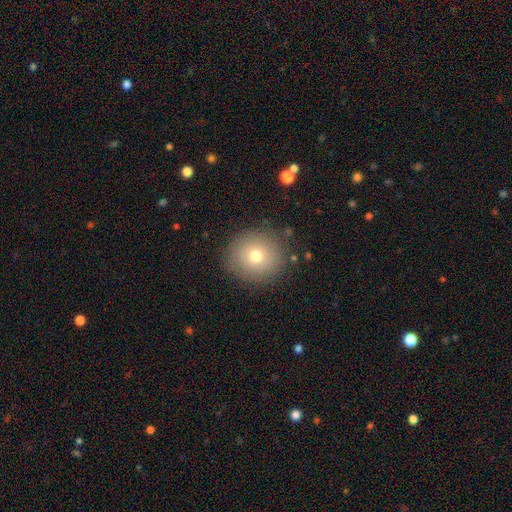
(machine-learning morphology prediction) Smooth or featured?
  - smooth: 72% *
  - featured or disk: 14%
  - star or artifact: 13%
How rounded?
  - round: 92% *
  - in between: 7%
  - cigar-shaped: 1%
Merging?
  - none: 88% *
  - minor disturbance: 8%
  - major disturbance: 3%
  - merger: 1%